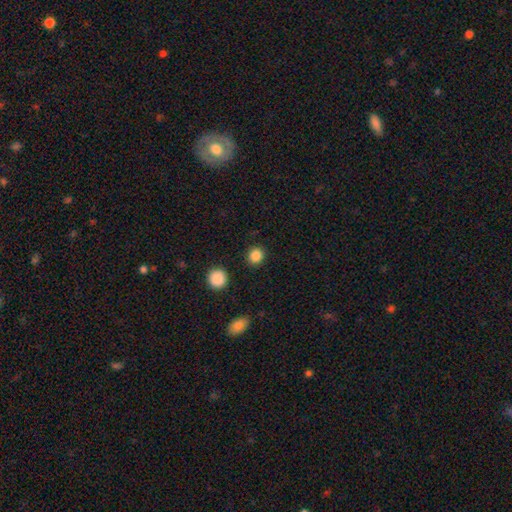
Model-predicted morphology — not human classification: This is clearly a smooth galaxy (85%). How rounded: clearly round (83%). Merging: clearly none (90%).